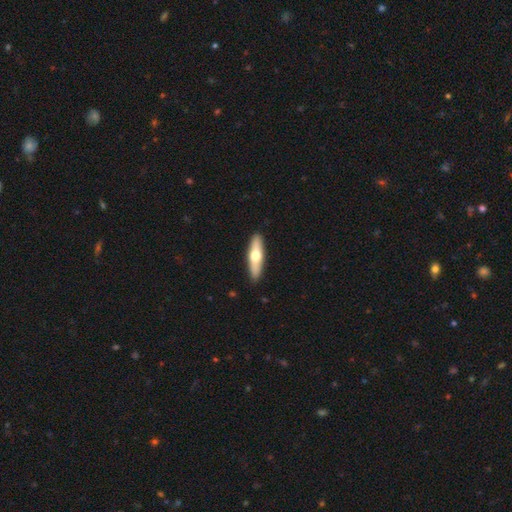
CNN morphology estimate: Q: Smooth or featured?
A: smooth (48%); runner-up: featured or disk (47%)
Q: Merging?
A: none (90%); runner-up: minor disturbance (7%)